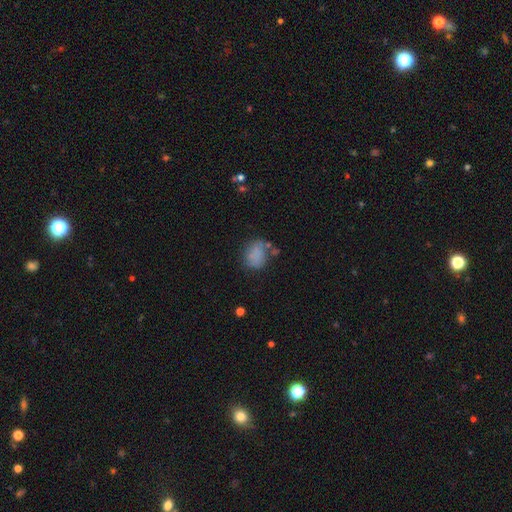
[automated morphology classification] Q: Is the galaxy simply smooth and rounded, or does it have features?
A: smooth — 77%.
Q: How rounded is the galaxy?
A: in between — 51%.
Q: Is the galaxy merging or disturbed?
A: none — 57%.